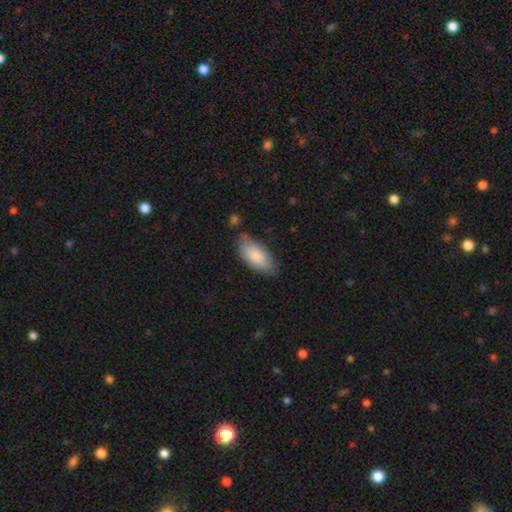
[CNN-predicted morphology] type=smooth (84%); roundness=in between (90%); merging=none (70%).